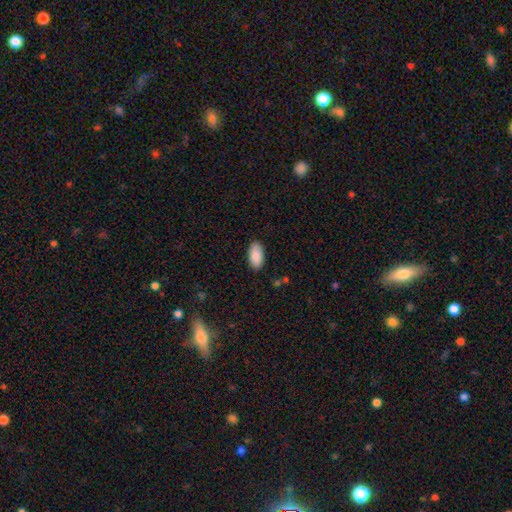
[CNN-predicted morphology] type=smooth (89%); roundness=in between (94%); merging=none (87%).